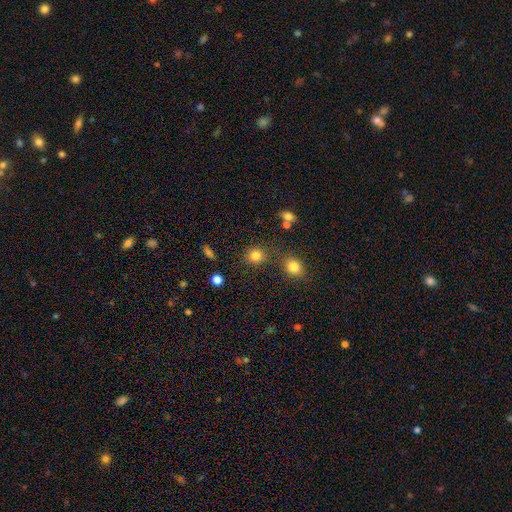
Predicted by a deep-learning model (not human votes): smooth 82%, star or artifact 13%, featured or disk 5%. Down the decision tree: how rounded — round (90%); merging — none (80%).